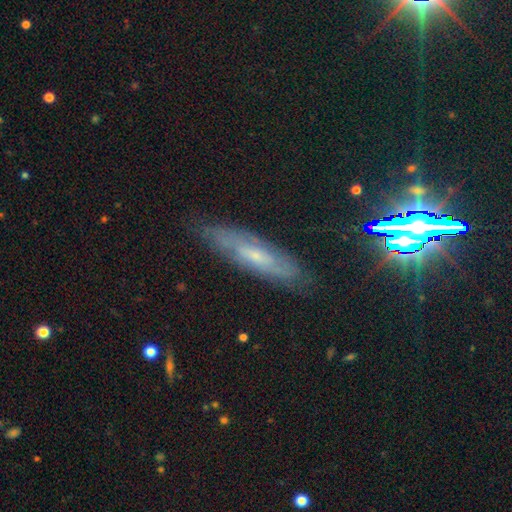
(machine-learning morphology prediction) This appears to be a featured or disk galaxy (61%). Merging: none (78%).